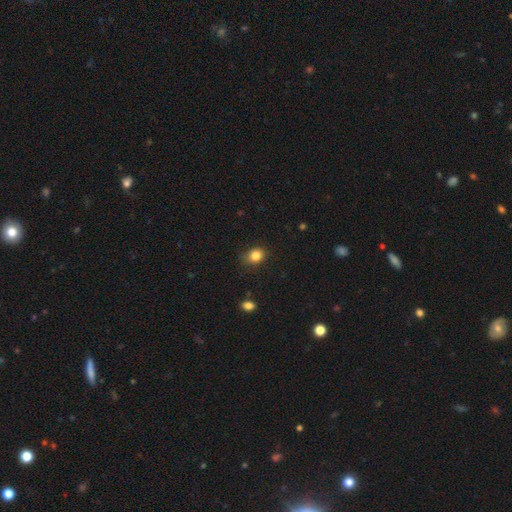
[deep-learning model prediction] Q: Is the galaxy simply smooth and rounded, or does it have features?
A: smooth — 84%.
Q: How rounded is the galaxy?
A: round — 53%.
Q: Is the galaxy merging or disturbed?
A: none — 80%.